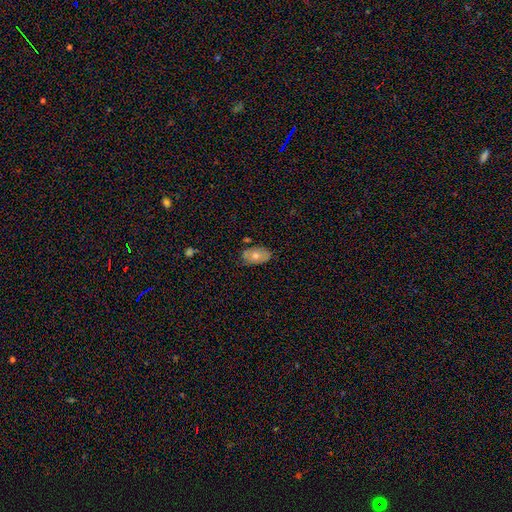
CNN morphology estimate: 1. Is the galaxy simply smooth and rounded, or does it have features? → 51% smooth, 40% featured or disk, 9% star or artifact.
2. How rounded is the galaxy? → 86% in between, 12% round, 2% cigar-shaped.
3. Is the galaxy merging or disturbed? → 78% none, 17% minor disturbance, 3% major disturbance, 2% merger.